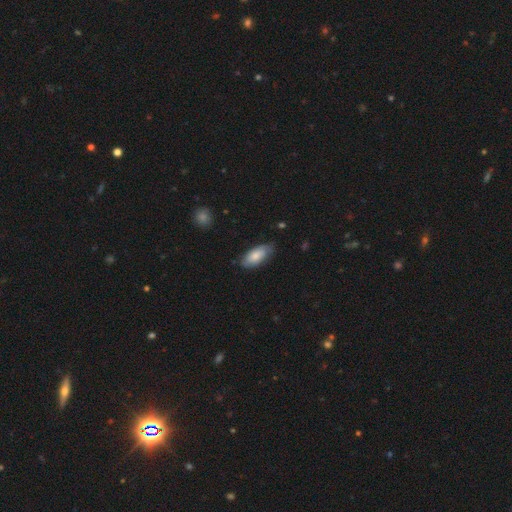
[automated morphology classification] Smooth or featured?
  - smooth: 75% *
  - featured or disk: 19%
  - star or artifact: 6%
How rounded?
  - in between: 90% *
  - cigar-shaped: 8%
  - round: 2%
Merging?
  - none: 74% *
  - minor disturbance: 21%
  - major disturbance: 4%
  - merger: 1%